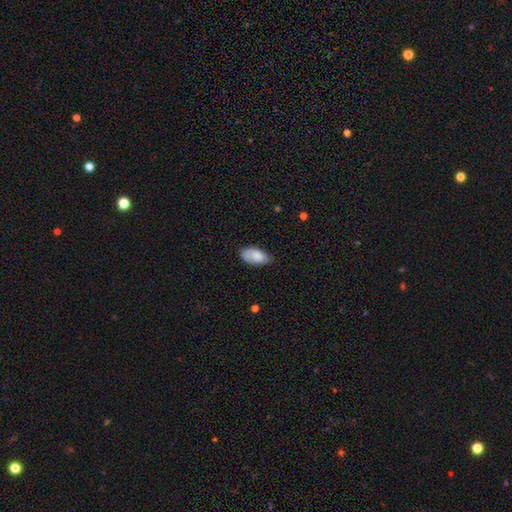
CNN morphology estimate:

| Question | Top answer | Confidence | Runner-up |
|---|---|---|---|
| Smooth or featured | smooth | 80% | featured or disk (14%) |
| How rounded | in between | 94% | round (3%) |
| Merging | none | 64% | minor disturbance (29%) |